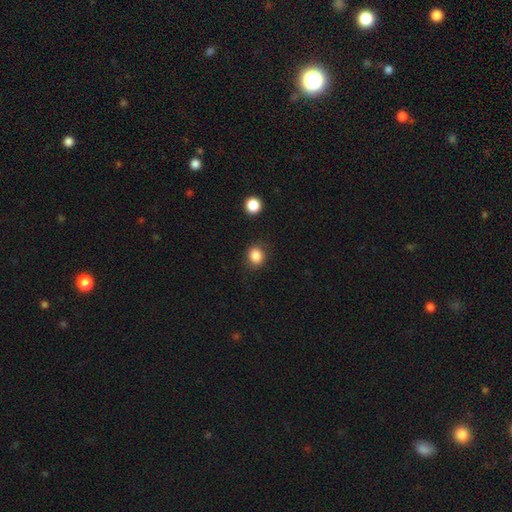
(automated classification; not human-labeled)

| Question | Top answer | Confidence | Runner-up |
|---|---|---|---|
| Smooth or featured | smooth | 86% | star or artifact (11%) |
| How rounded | round | 73% | in between (26%) |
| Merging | none | 83% | minor disturbance (11%) |